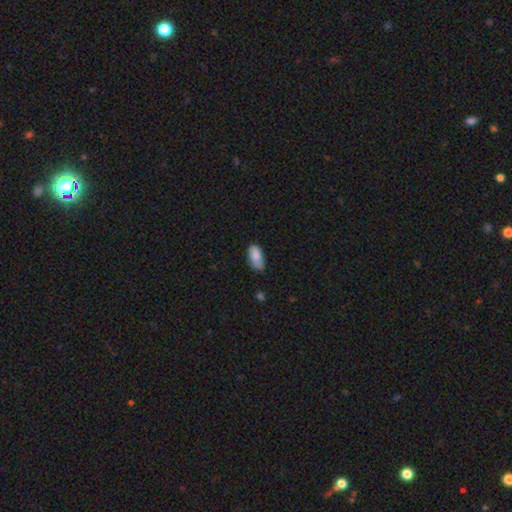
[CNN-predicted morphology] A smooth galaxy with no disk features (87%) that is in between round and cigar-shaped (92%).

Vote fractions:
- Smooth or featured? smooth: 87% / featured or disk: 7% / star or artifact: 7%
- How rounded? in between: 92% / cigar-shaped: 6% / round: 2%
- Merging? none: 73% / minor disturbance: 23% / major disturbance: 3% / merger: 1%